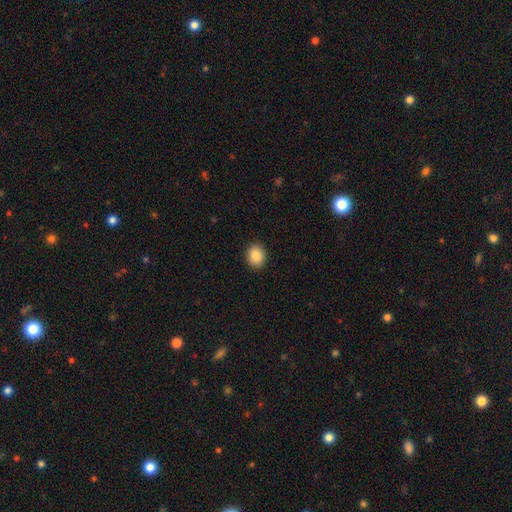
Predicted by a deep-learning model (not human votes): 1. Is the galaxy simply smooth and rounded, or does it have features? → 89% smooth, 8% star or artifact, 3% featured or disk.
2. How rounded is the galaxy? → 56% round, 43% in between, 1% cigar-shaped.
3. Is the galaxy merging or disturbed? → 91% none, 6% minor disturbance, 2% major disturbance, 1% merger.